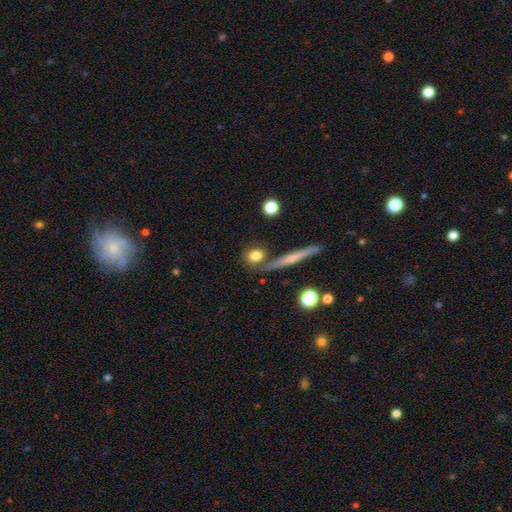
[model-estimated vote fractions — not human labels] smooth-or-featured: smooth: 78% | featured or disk: 13% | star or artifact: 9%
  how-rounded: round: 60% | in between: 28% | cigar-shaped: 12%
  merging: none: 70% | merger: 13% | minor disturbance: 13% | major disturbance: 4%